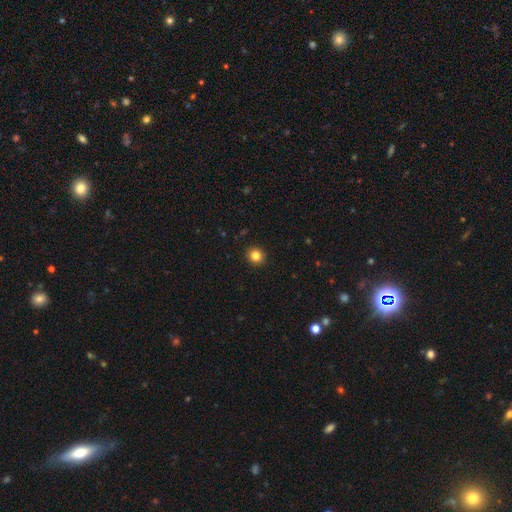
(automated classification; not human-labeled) This is clearly a smooth galaxy (83%). How rounded: clearly round (87%). Merging: clearly none (92%).